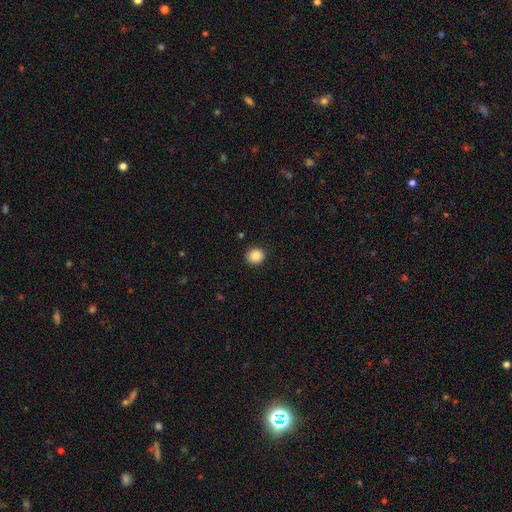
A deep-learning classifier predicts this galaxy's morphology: Smooth or featured?
  - smooth: 87% *
  - star or artifact: 9%
  - featured or disk: 3%
How rounded?
  - round: 86% *
  - in between: 13%
  - cigar-shaped: 1%
Merging?
  - none: 91% *
  - minor disturbance: 6%
  - major disturbance: 2%
  - merger: 1%